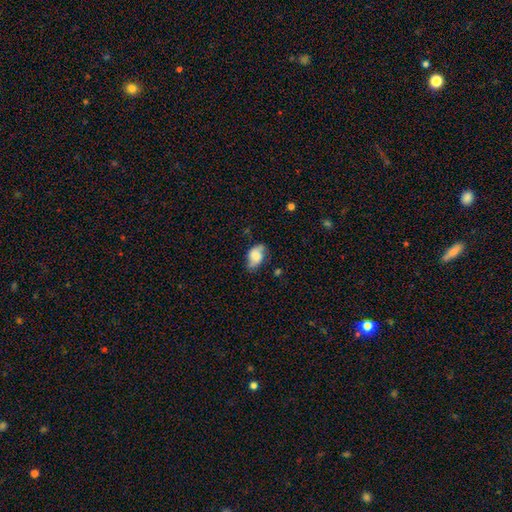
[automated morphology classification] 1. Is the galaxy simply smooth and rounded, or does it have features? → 59% smooth, 32% featured or disk, 9% star or artifact.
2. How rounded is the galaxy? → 87% in between, 11% round, 2% cigar-shaped.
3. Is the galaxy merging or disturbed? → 60% none, 29% minor disturbance, 8% major disturbance, 2% merger.